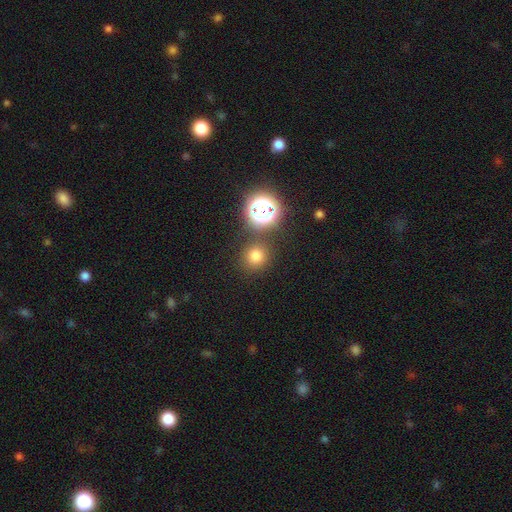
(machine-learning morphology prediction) smooth 72%, star or artifact 22%, featured or disk 6%. Down the decision tree: how rounded — round (92%); merging — none (83%).